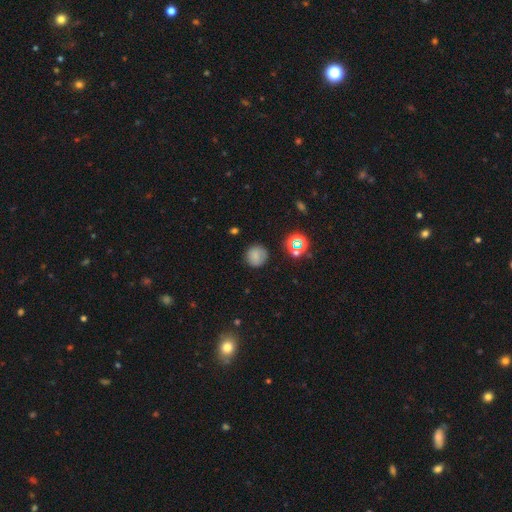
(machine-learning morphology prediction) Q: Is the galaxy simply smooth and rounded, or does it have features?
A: smooth — 77%.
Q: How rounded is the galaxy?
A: round — 93%.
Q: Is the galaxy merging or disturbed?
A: none — 85%.